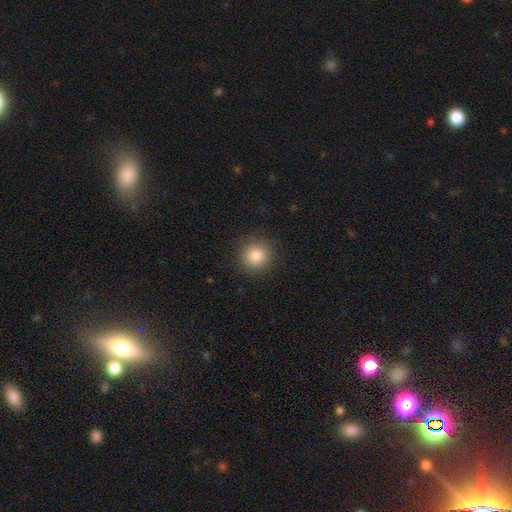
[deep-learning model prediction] Overall: smooth (83%). How rounded: round (92%). Merging: none (90%).